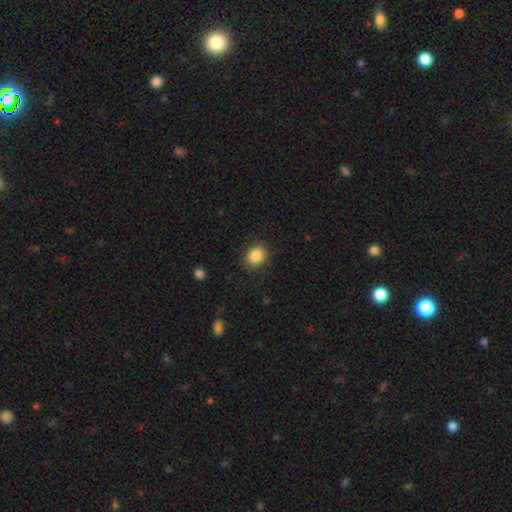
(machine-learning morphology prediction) Smooth or featured: smooth — 87% (star or artifact — 9%)
How rounded: round — 62% (in between — 37%)
Merging: none — 89% (minor disturbance — 8%)